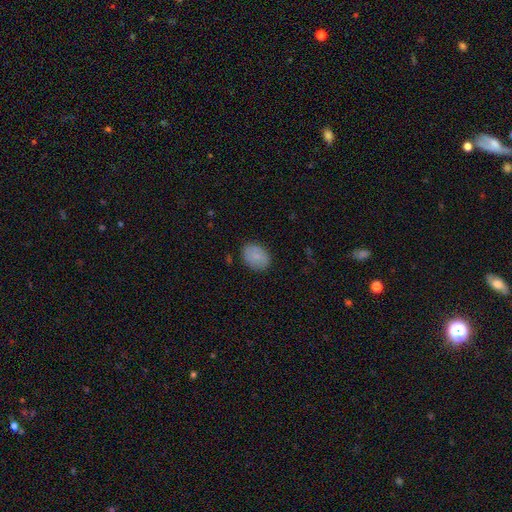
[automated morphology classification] Overall: smooth (84%). How rounded: in between (70%). Merging: none (84%).